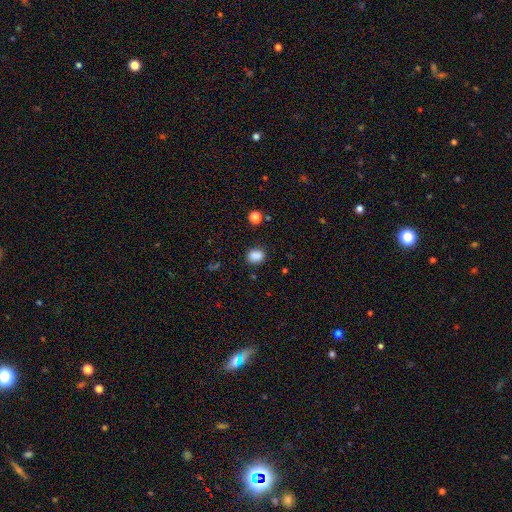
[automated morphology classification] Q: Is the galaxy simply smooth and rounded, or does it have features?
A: smooth — 86%.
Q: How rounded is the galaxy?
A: in between — 53%.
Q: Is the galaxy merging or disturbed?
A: none — 83%.